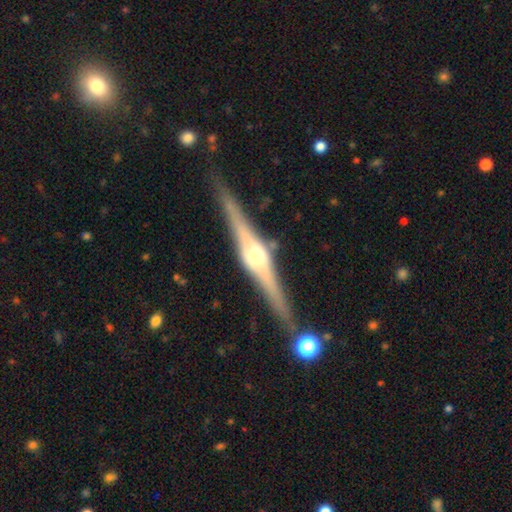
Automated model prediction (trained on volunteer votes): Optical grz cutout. It shows a featured or disk galaxy (83%) viewed edge-on (98%) with a rounded central bulge (89%). Merging: none (86%).